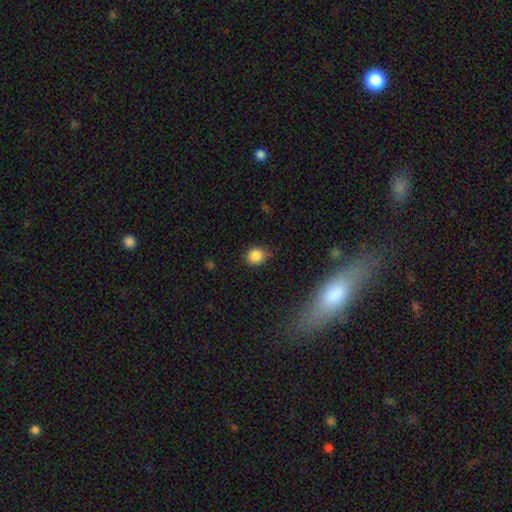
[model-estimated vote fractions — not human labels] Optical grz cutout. It shows a smooth galaxy with no disk features (85%) that is round (65%). Merging: none (73%).